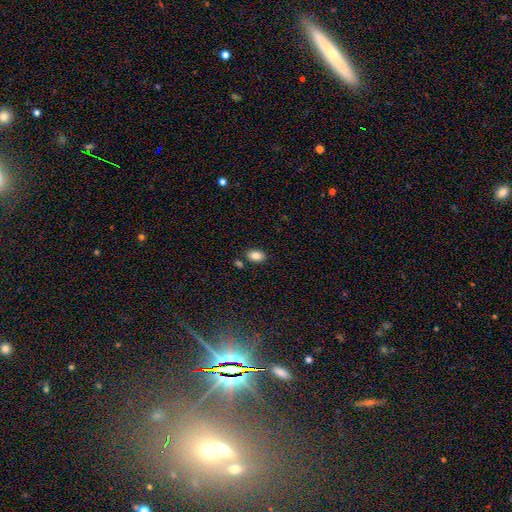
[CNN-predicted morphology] This appears to be a smooth galaxy with no disk features (86%) that is in between round and cigar-shaped (87%). Merging: none (81%).